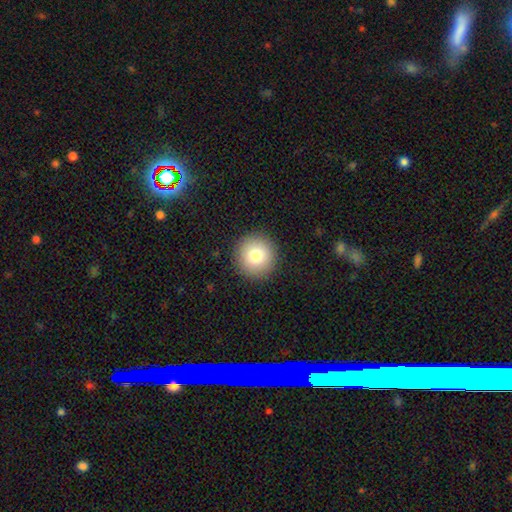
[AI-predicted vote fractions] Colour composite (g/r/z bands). It shows a smooth galaxy with no disk features (80%) that is round (96%). Merging: none (92%).